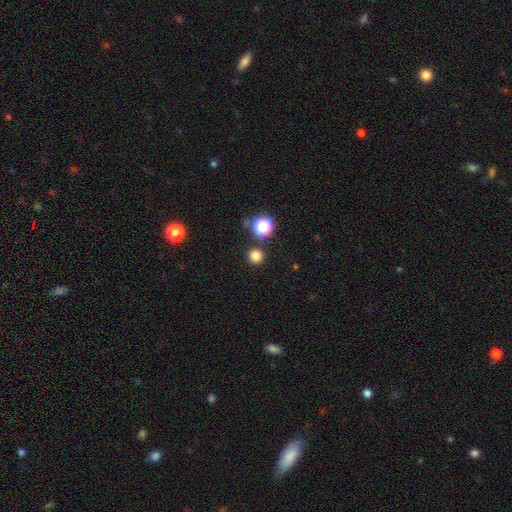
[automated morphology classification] smooth_or_featured: smooth (p=0.79) [alt: star or artifact p=0.17]
how_rounded: round (p=0.94) [alt: in between p=0.05]
merging: none (p=0.88) [alt: minor disturbance p=0.06]